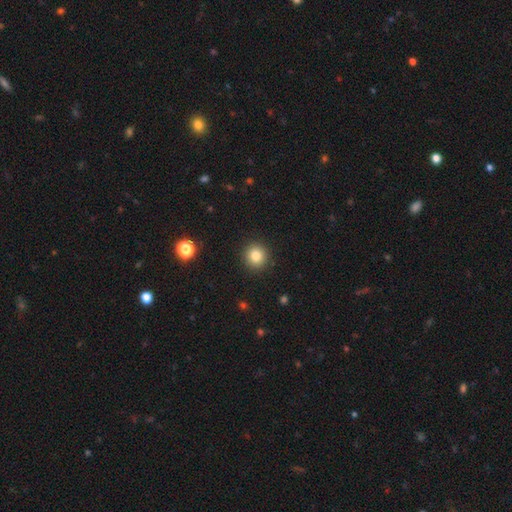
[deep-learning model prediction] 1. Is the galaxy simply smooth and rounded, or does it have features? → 83% smooth, 11% star or artifact, 6% featured or disk.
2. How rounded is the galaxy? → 93% round, 6% in between, 1% cigar-shaped.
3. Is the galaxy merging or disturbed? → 91% none, 5% minor disturbance, 2% major disturbance, 1% merger.